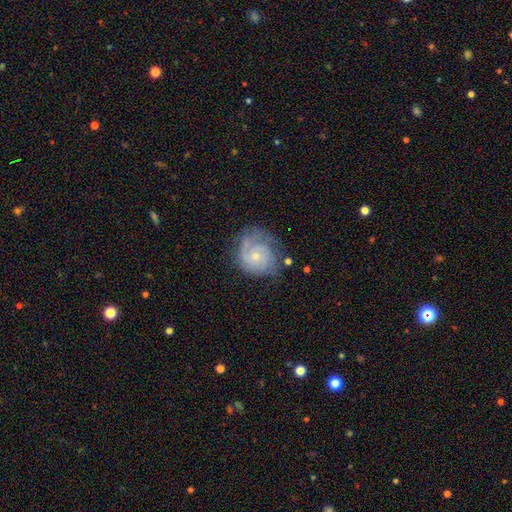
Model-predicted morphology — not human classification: This is likely a featured or disk galaxy (72%). It is clearly not viewed edge-on (98%). Bar: likely no (77%). Spiral arm pattern: clearly yes (90%). Spiral arm count: marginally can't tell (31%). Spiral winding: possibly tight (56%). Central bulge: likely small (70%). Merging: likely none (61%).